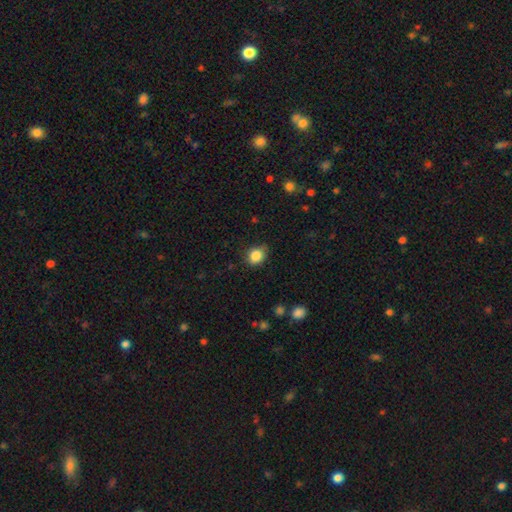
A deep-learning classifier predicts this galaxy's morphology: Smooth or featured? smooth (86%)
How rounded? round (64%)
Merging? none (75%)